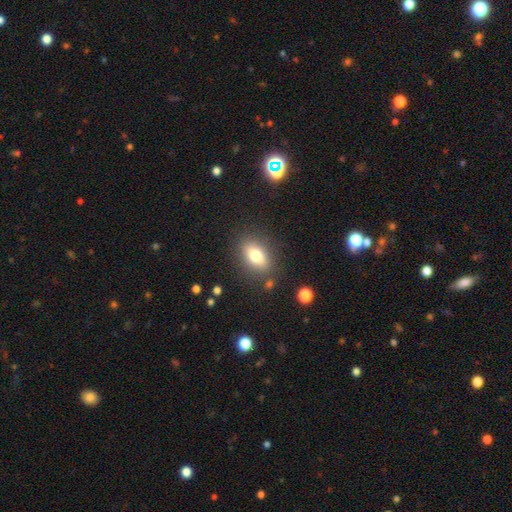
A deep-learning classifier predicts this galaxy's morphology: Overall: smooth (74%). How rounded: in between (78%). Merging: none (82%).